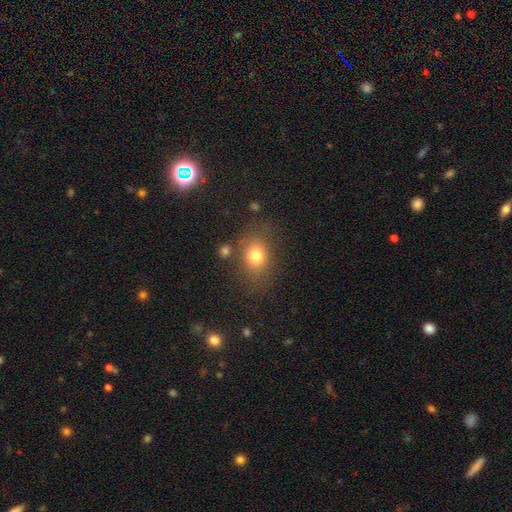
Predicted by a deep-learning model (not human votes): This appears to be a smooth galaxy with no disk features (77%) that is in between round and cigar-shaped (52%). Merging: none (73%).